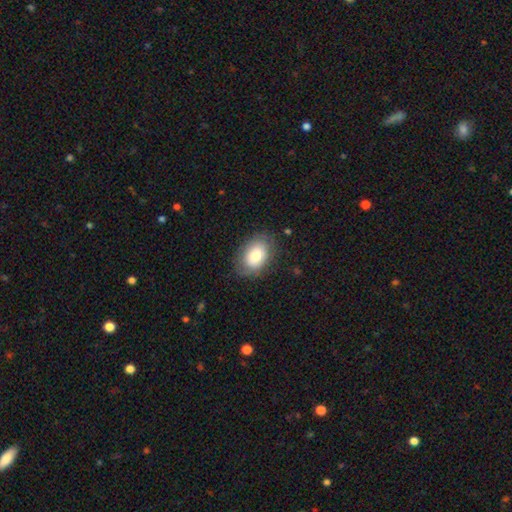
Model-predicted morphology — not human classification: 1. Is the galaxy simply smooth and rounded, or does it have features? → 78% smooth, 15% featured or disk, 7% star or artifact.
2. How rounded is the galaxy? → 82% in between, 17% round, 1% cigar-shaped.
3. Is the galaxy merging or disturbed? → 78% none, 16% minor disturbance, 5% major disturbance, 1% merger.